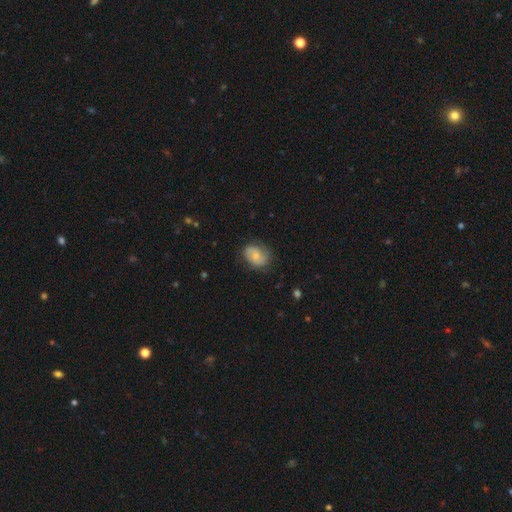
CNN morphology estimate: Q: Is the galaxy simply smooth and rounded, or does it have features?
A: featured or disk — 47%.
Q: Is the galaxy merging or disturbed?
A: none — 68%.